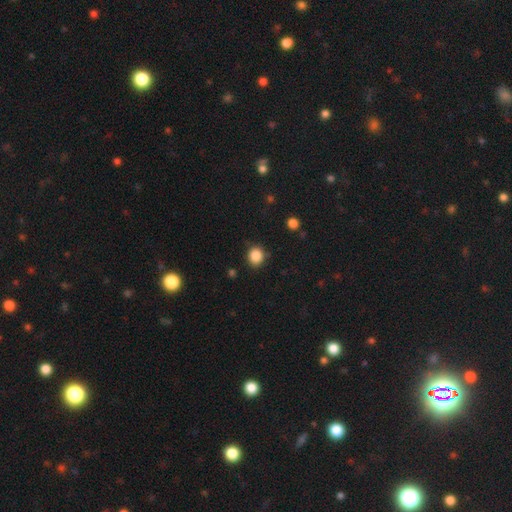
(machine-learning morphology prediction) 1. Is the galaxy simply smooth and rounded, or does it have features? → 87% smooth, 10% star or artifact, 3% featured or disk.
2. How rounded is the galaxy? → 78% round, 21% in between, 1% cigar-shaped.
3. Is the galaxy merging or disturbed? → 85% none, 11% minor disturbance, 3% major disturbance, 2% merger.